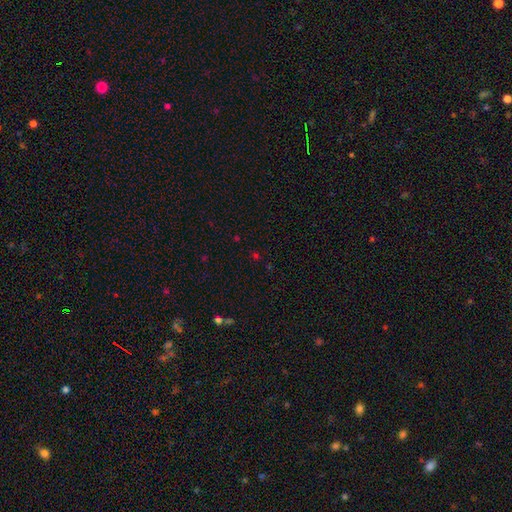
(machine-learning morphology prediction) smooth_or_featured: star or artifact (p=0.53) [alt: smooth p=0.41]